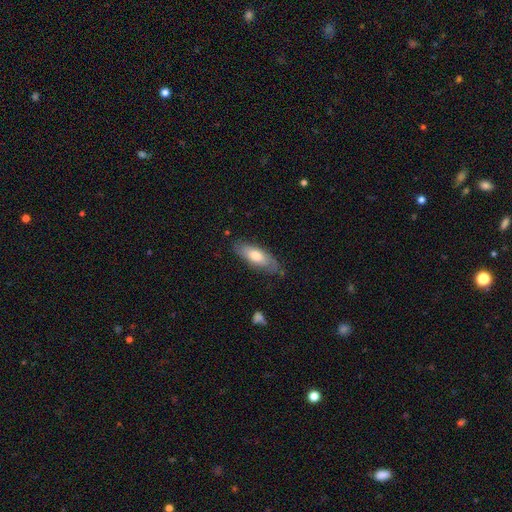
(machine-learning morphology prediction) Smooth or featured?
  - smooth: 61% *
  - featured or disk: 33%
  - star or artifact: 6%
How rounded?
  - in between: 69% *
  - cigar-shaped: 29%
  - round: 2%
Merging?
  - none: 74% *
  - minor disturbance: 20%
  - major disturbance: 4%
  - merger: 2%